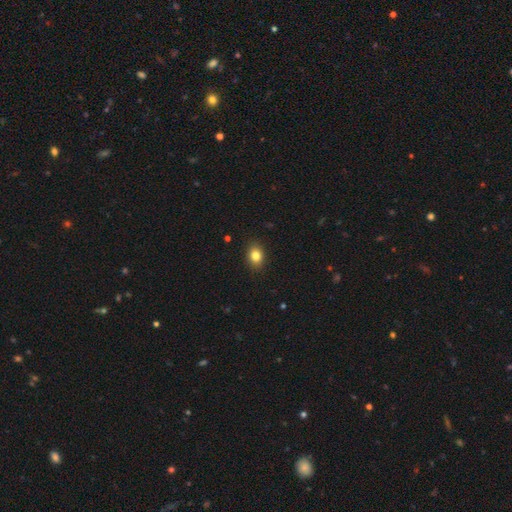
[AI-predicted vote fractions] Smooth or featured: smooth — 83% (star or artifact — 10%)
How rounded: in between — 62% (round — 37%)
Merging: none — 89% (minor disturbance — 8%)